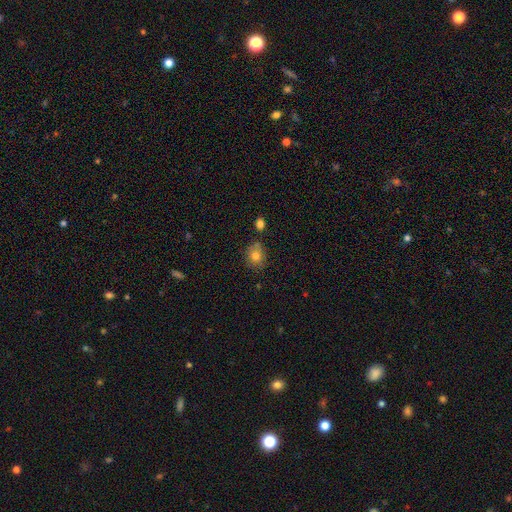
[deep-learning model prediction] This appears to be a smooth galaxy with no disk features (78%) that is round (61%). Merging: none (69%).